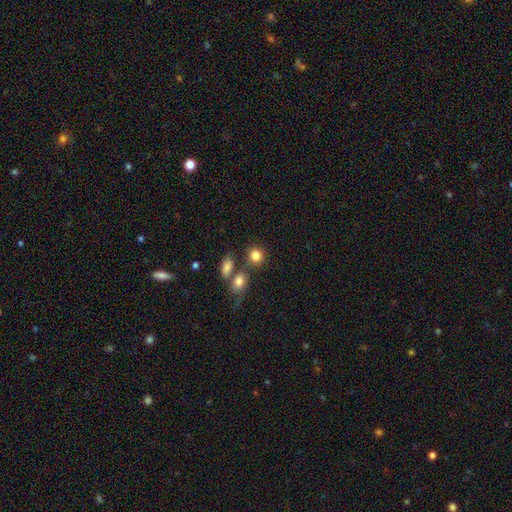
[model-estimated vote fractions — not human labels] smooth 83%, star or artifact 10%, featured or disk 7%. Down the decision tree: how rounded — round (77%); merging — none (66%).